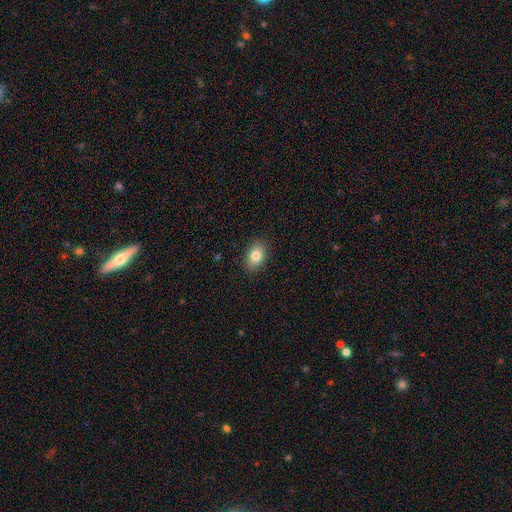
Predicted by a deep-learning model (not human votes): The model was most divided on "how rounded": in between: 78%, round: 21%, cigar-shaped: 1%. More confident: merging — none (88%); smooth or featured — smooth (83%).